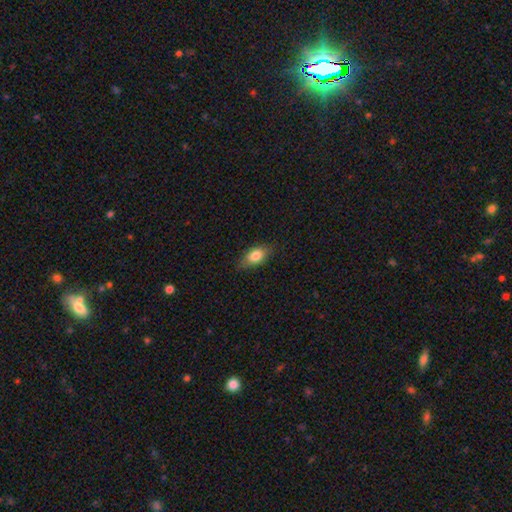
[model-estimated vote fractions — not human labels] The model was most divided on "merging": none: 81%, minor disturbance: 15%, major disturbance: 3%, merger: 1%. More confident: how rounded — in between (86%); smooth or featured — smooth (80%).